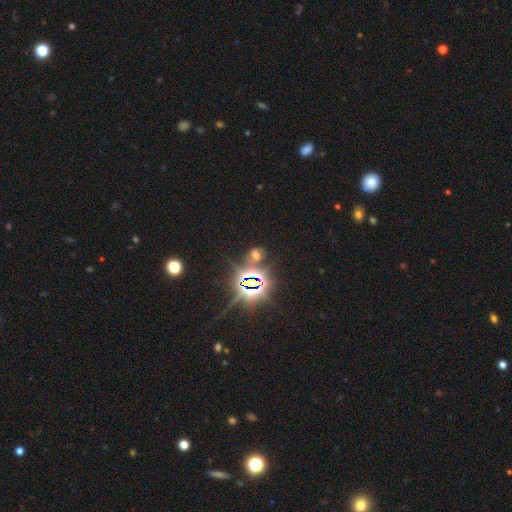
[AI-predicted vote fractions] Overall: star or artifact (64%; smooth 26%).